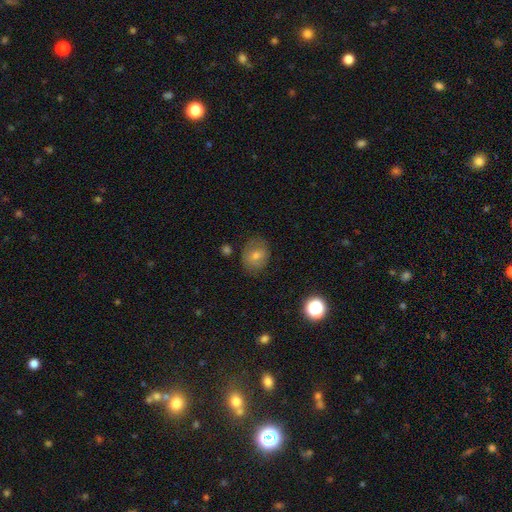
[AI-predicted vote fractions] Q: Smooth or featured?
A: smooth (71%); runner-up: featured or disk (19%)
Q: How rounded?
A: round (58%); runner-up: in between (41%)
Q: Merging?
A: none (73%); runner-up: minor disturbance (19%)